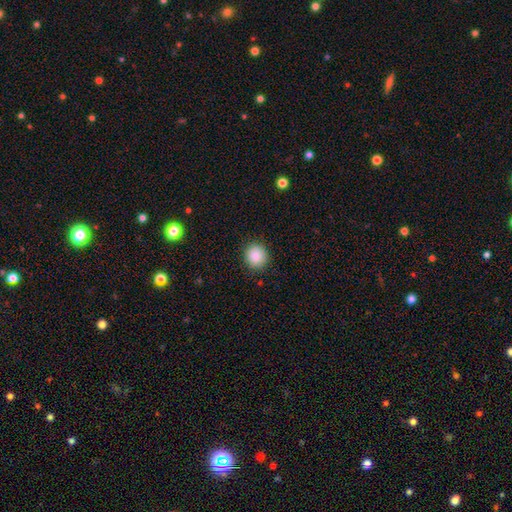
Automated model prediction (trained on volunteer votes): Q: Smooth or featured?
A: smooth (88%); runner-up: star or artifact (9%)
Q: How rounded?
A: round (88%); runner-up: in between (11%)
Q: Merging?
A: none (89%); runner-up: minor disturbance (8%)